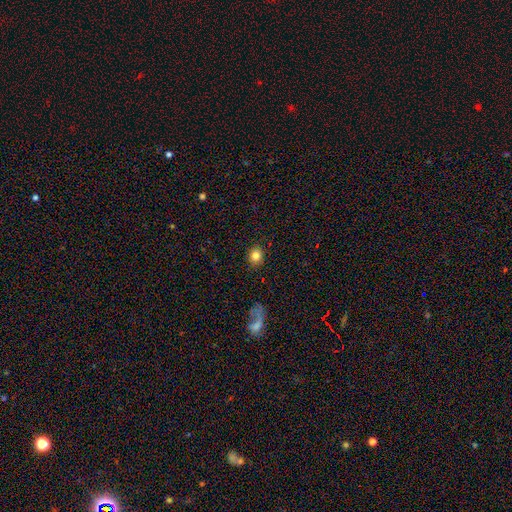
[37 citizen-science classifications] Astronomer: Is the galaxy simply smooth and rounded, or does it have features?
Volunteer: smooth — 84%.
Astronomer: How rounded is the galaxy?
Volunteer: round — 81%.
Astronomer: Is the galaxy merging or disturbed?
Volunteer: none — 86%.